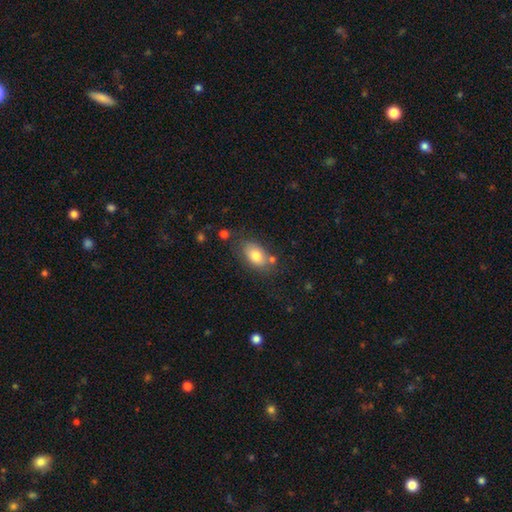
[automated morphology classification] smooth-or-featured: smooth: 80% | featured or disk: 12% | star or artifact: 8%
  how-rounded: in between: 88% | round: 10% | cigar-shaped: 2%
  merging: none: 69% | minor disturbance: 18% | merger: 8% | major disturbance: 5%